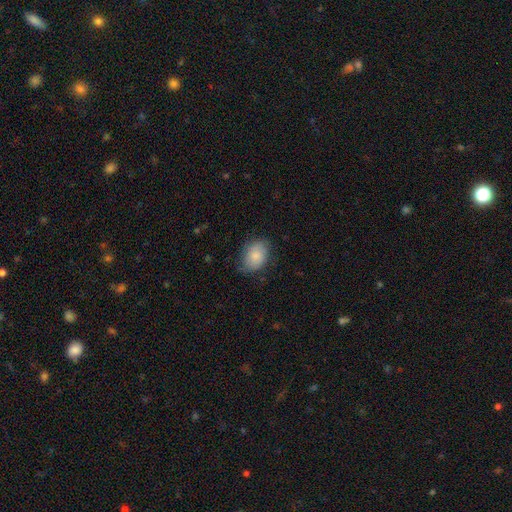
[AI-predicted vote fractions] The model was most divided on "how rounded": in between: 70%, round: 29%, cigar-shaped: 1%. More confident: smooth or featured — smooth (80%); merging — none (70%).